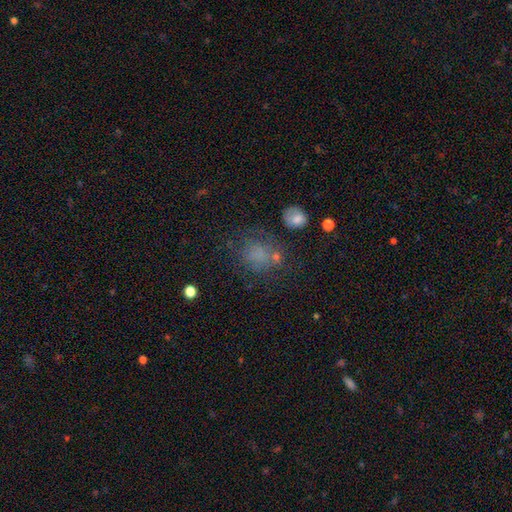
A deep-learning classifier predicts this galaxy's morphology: Smooth or featured?
  - smooth: 50% *
  - star or artifact: 31%
  - featured or disk: 19%
How rounded?
  - round: 69% *
  - in between: 30%
  - cigar-shaped: 2%
Merging?
  - none: 60% *
  - minor disturbance: 16%
  - major disturbance: 12%
  - merger: 12%